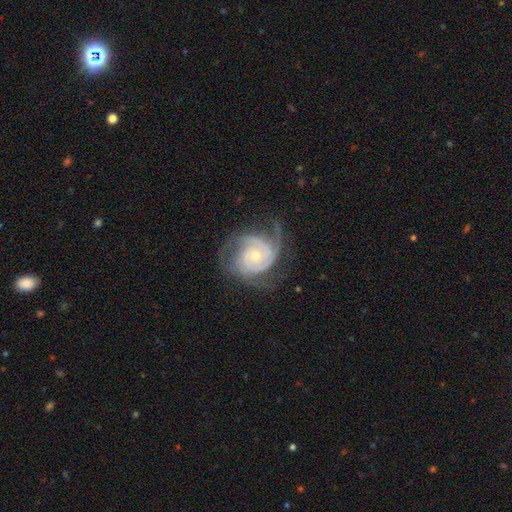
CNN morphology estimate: Smooth or featured? featured or disk (89%)
Edge-on disk? no (98%)
Bar? no (75%)
Spiral arms? yes (97%)
Spiral winding? tight (59%)
Spiral arm count? 3 (45%)
Bulge size? small (55%)
Merging? none (61%)